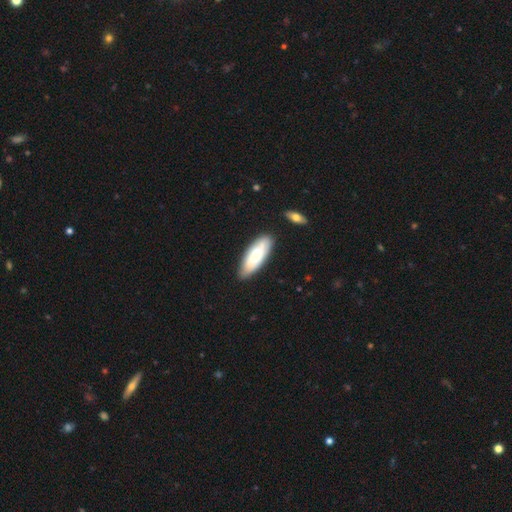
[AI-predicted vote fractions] smooth-or-featured: smooth: 74% | featured or disk: 20% | star or artifact: 6%
  how-rounded: in between: 64% | cigar-shaped: 34% | round: 1%
  merging: none: 78% | minor disturbance: 17% | major disturbance: 3% | merger: 3%